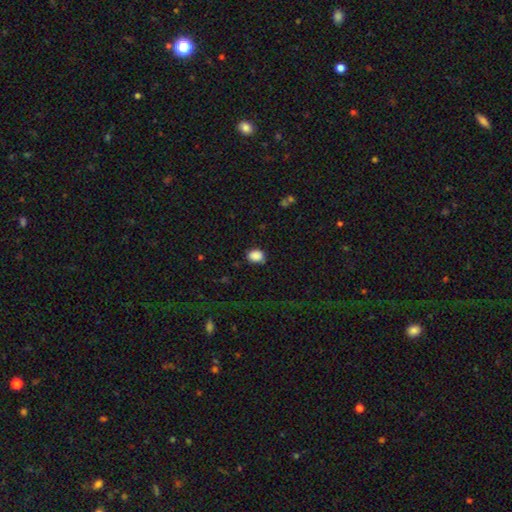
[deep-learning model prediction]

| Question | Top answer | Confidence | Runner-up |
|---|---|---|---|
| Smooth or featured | smooth | 88% | star or artifact (9%) |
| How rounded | in between | 62% | round (37%) |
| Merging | none | 77% | minor disturbance (17%) |